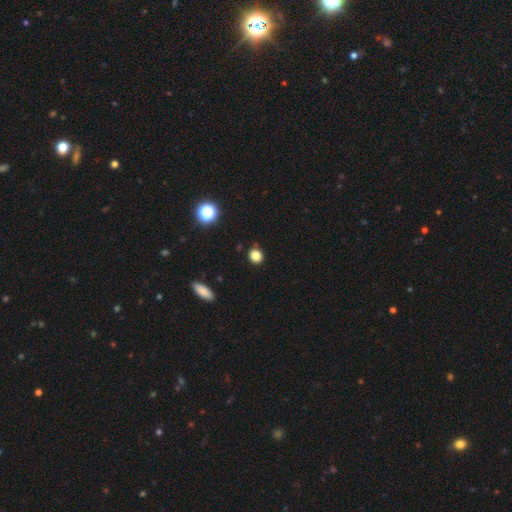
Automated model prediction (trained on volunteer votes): Overall: smooth (82%). How rounded: round (84%). Merging: none (86%).